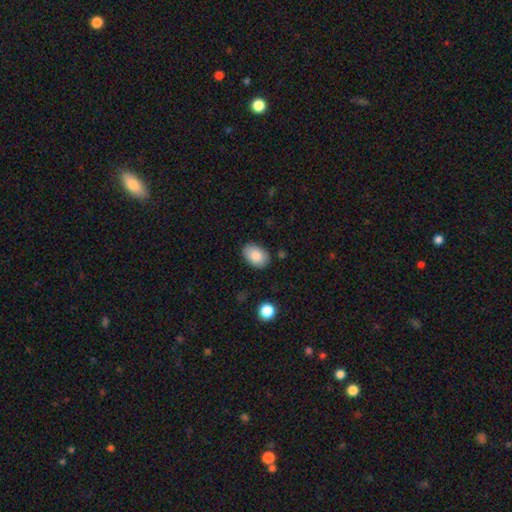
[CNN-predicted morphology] A smooth galaxy with no disk features (85%) that is in between round and cigar-shaped (85%). Merging: none (84%).